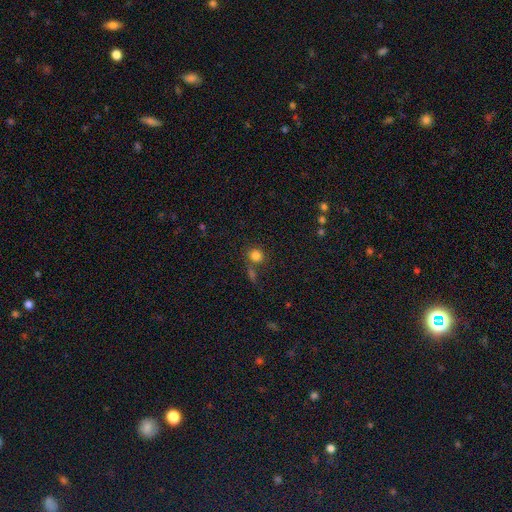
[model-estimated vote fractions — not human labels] This appears to be a smooth galaxy with no disk features (81%) that is round (83%). Merging: none (68%).